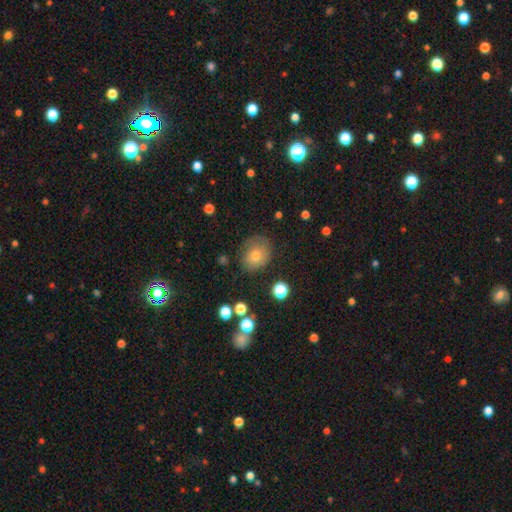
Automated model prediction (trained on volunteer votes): This appears to be a smooth galaxy with no disk features (66%) that is round (67%). Merging: none (74%).